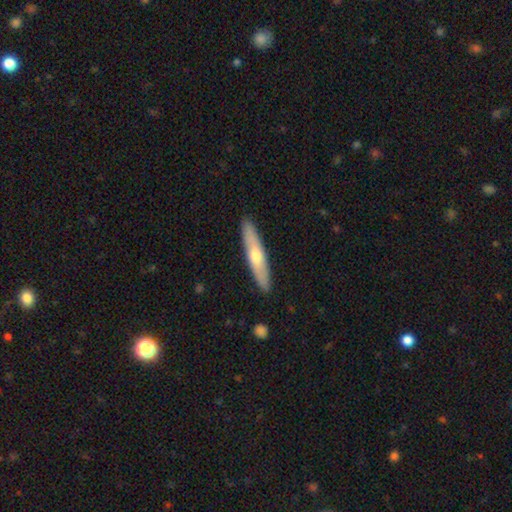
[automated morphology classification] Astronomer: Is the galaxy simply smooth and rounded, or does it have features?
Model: smooth — 50% (runner-up: featured or disk, 45%).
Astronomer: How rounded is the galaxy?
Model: cigar-shaped — 86%.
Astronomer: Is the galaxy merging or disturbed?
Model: none — 91%.